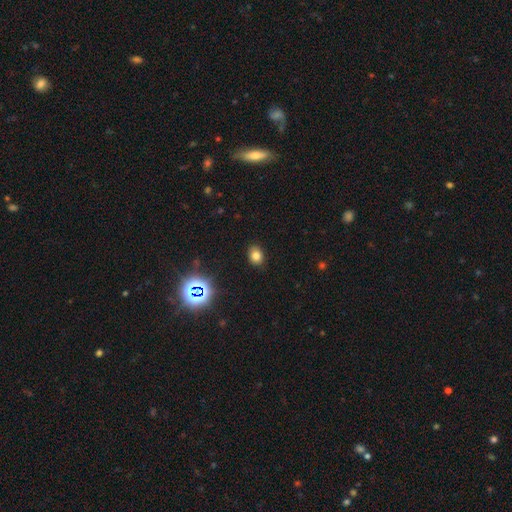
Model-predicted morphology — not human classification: A smooth galaxy with no disk features (77%) that is in between round and cigar-shaped (57%).

Vote fractions:
- Smooth or featured? smooth: 77% / star or artifact: 16% / featured or disk: 7%
- How rounded? in between: 57% / round: 42% / cigar-shaped: 1%
- Merging? none: 88% / minor disturbance: 8% / major disturbance: 2% / merger: 1%